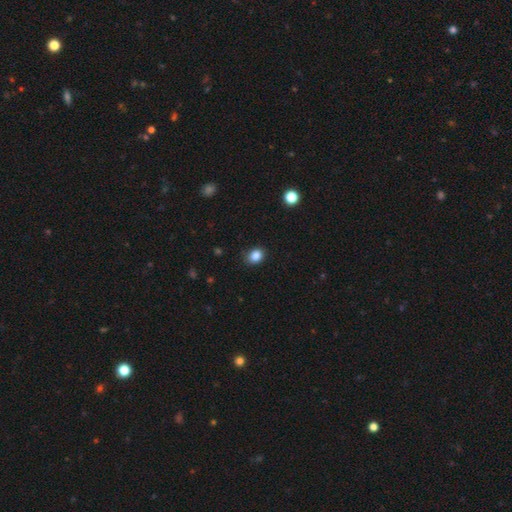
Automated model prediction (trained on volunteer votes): Morphology: type=smooth (86%); roundness=in between (55%); merging=none (85%).